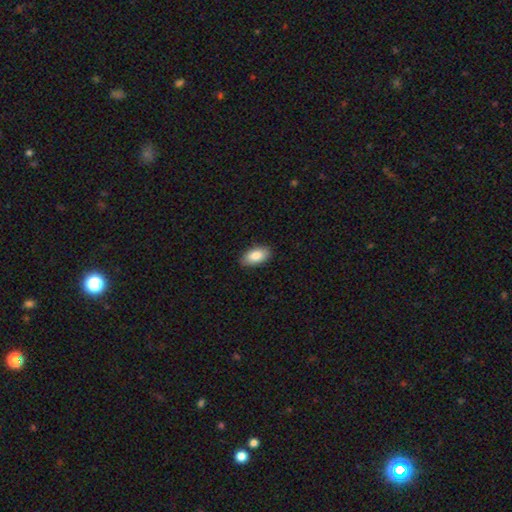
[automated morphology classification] Smooth or featured? smooth (86%)
How rounded? in between (94%)
Merging? none (88%)